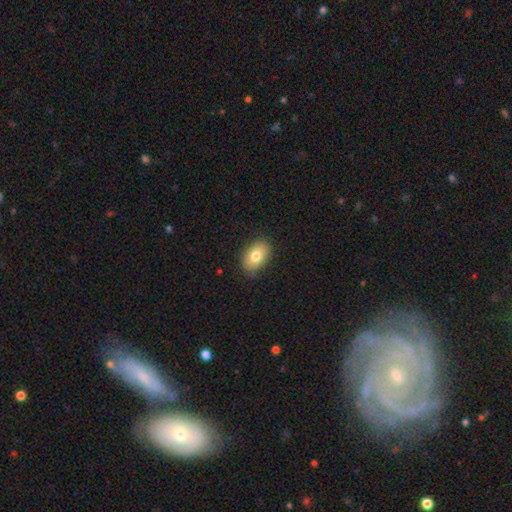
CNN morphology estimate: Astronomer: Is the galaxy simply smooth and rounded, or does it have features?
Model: smooth — 78%.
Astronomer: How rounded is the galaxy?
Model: in between — 87%.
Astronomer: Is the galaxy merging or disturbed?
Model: none — 84%.